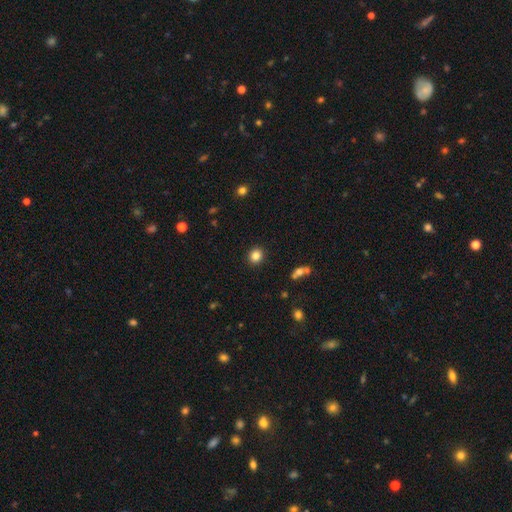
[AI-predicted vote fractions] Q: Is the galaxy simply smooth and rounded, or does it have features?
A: smooth — 84%.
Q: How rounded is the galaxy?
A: round — 83%.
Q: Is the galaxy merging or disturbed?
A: none — 91%.